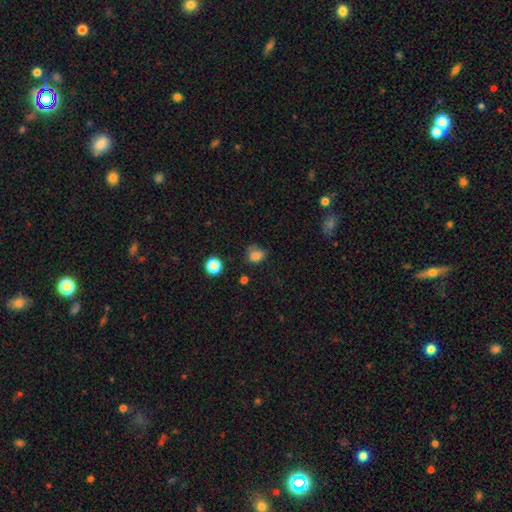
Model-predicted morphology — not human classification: Smooth or featured?
  - smooth: 79% *
  - star or artifact: 14%
  - featured or disk: 7%
How rounded?
  - round: 57% *
  - in between: 42%
  - cigar-shaped: 1%
Merging?
  - none: 53% *
  - minor disturbance: 31%
  - major disturbance: 12%
  - merger: 4%